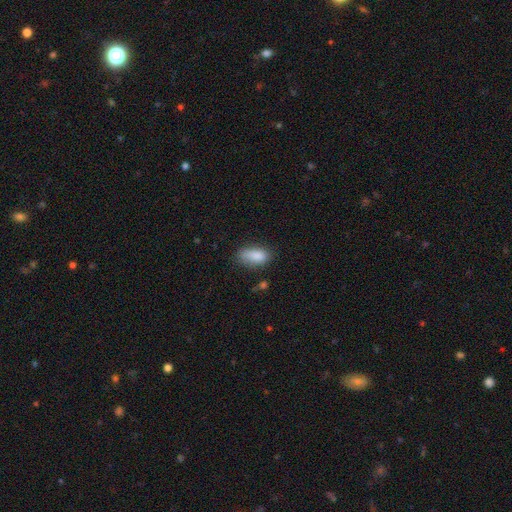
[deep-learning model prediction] Smooth or featured? smooth (85%)
How rounded? in between (88%)
Merging? none (60%)